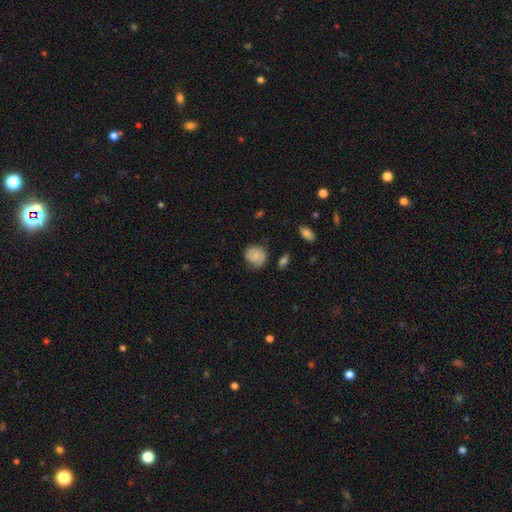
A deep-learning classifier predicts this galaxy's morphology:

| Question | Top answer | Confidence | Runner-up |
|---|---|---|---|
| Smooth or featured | smooth | 67% | featured or disk (26%) |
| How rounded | round | 74% | in between (25%) |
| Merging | none | 61% | minor disturbance (28%) |